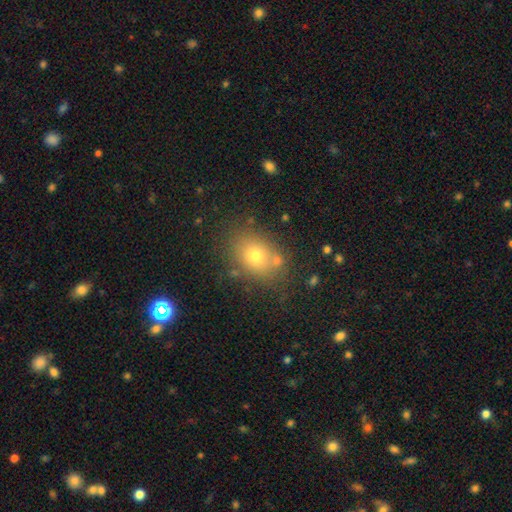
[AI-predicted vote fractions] smooth 71%, featured or disk 14%, star or artifact 14%. Down the decision tree: how rounded — in between (61%); merging — none (73%).